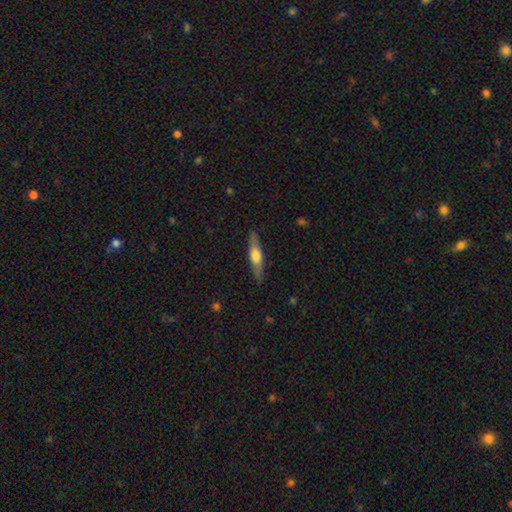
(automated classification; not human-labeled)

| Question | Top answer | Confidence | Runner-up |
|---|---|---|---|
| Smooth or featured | featured or disk | 50% | smooth (45%) |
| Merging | none | 87% | minor disturbance (10%) |